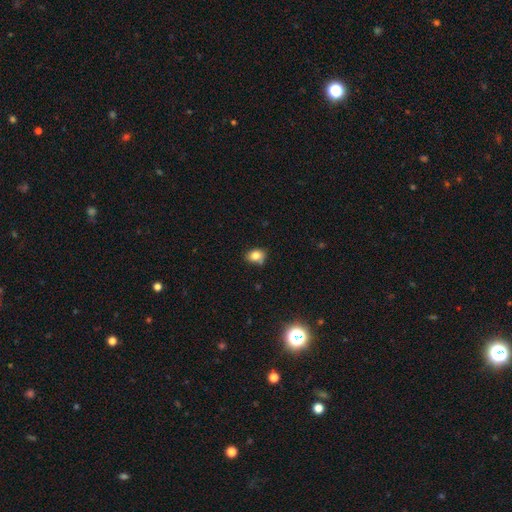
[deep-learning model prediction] smooth 81%, star or artifact 11%, featured or disk 8%. Down the decision tree: how rounded — in between (53%); merging — none (65%).